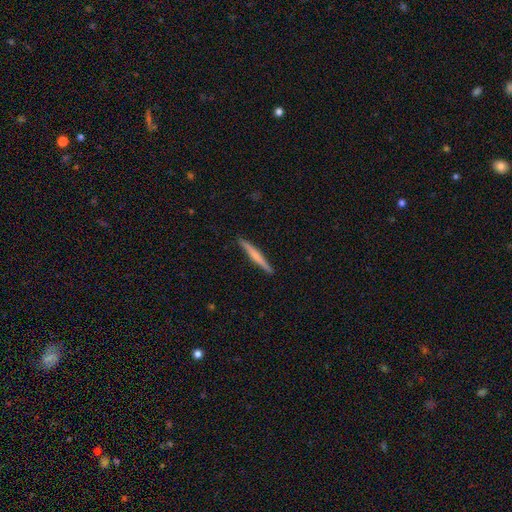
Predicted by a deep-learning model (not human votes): Smooth or featured: smooth — 51% (featured or disk — 43%)
How rounded: cigar-shaped — 96% (in between — 3%)
Merging: none — 91% (minor disturbance — 6%)